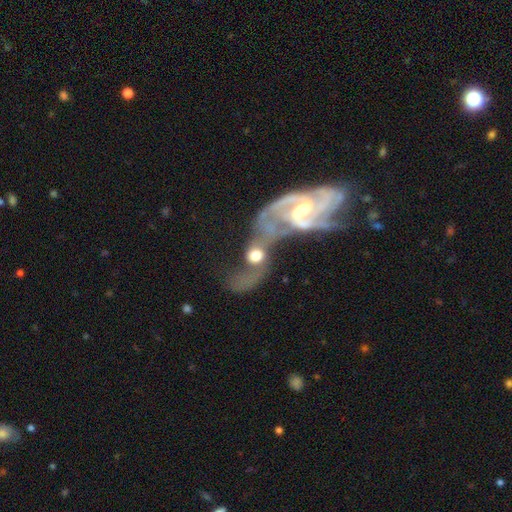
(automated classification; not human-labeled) Overall: featured or disk (57%; smooth 33%). Edge-on disk: no (91%). Bar: no (61%; weak 27%). Spiral arms: yes (71%). Bulge size: moderate (52%; large 25%). Merging: merger (69%).